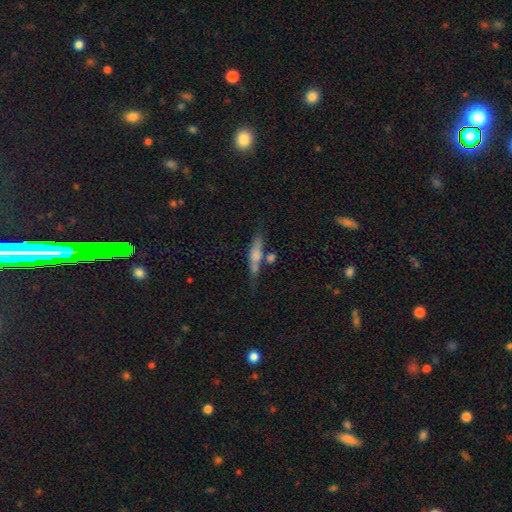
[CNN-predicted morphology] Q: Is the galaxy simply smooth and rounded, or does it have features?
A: smooth — 57%.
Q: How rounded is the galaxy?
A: cigar-shaped — 76%.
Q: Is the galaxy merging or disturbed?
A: none — 49%.